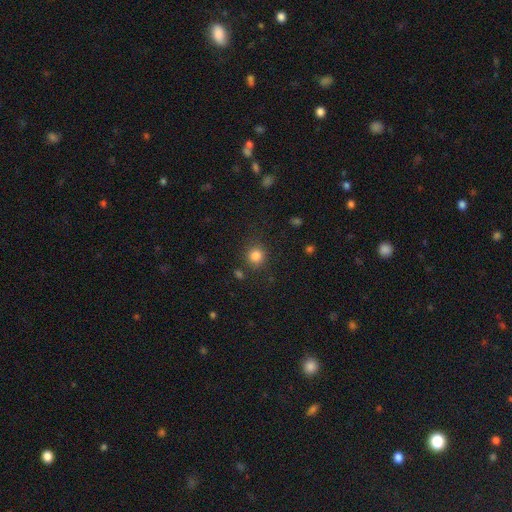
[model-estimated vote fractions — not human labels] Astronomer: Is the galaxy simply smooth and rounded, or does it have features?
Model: smooth — 83%.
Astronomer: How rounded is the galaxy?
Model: round — 89%.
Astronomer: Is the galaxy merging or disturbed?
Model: none — 85%.